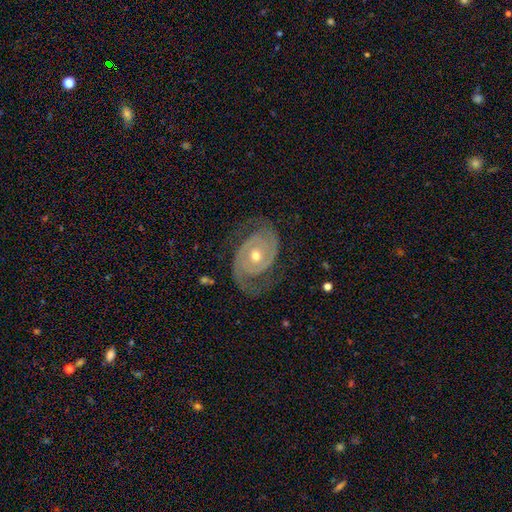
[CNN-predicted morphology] smooth_or_featured: featured or disk (p=0.91) [alt: star or artifact p=0.04]
disk_edge_on: no (p=0.97) [alt: yes p=0.03]
bar: no (p=0.71) [alt: weak p=0.21]
has_spiral_arms: yes (p=0.98) [alt: no p=0.02]
spiral_winding: tight (p=0.51) [alt: medium p=0.39]
spiral_arm_count: 2 (p=0.92) [alt: can't tell p=0.02]
bulge_size: moderate (p=0.68) [alt: small p=0.28]
merging: none (p=0.78) [alt: minor disturbance p=0.14]